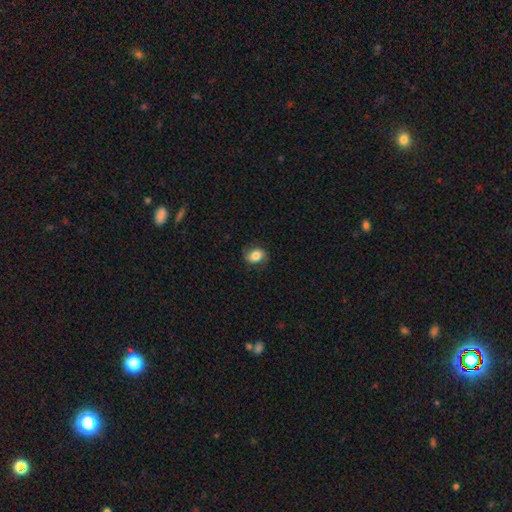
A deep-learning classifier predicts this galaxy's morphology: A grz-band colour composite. It shows a smooth galaxy with no disk features (66%) that is in between round and cigar-shaped (66%). Merging: none (76%).